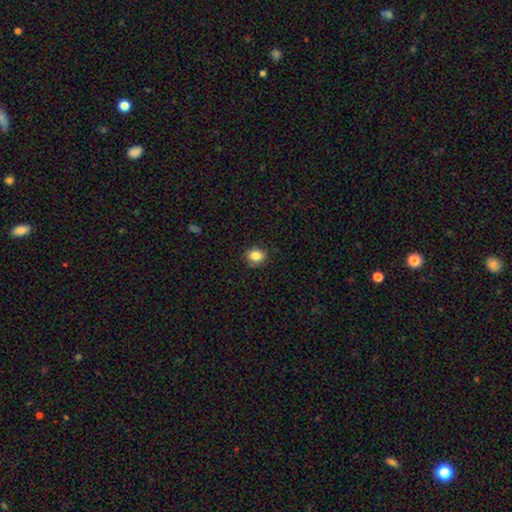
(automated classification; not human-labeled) smooth 84%, star or artifact 10%, featured or disk 6%. Down the decision tree: how rounded — round (55%); merging — none (88%).